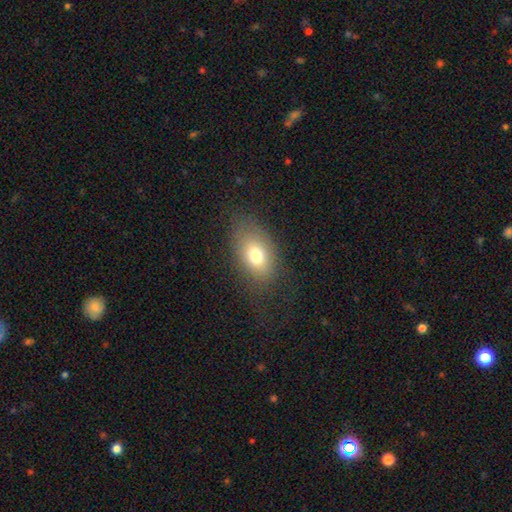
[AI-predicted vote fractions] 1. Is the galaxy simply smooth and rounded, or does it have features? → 74% smooth, 15% featured or disk, 11% star or artifact.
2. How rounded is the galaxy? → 81% in between, 17% round, 2% cigar-shaped.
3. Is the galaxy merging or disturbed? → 76% none, 15% minor disturbance, 8% major disturbance, 1% merger.